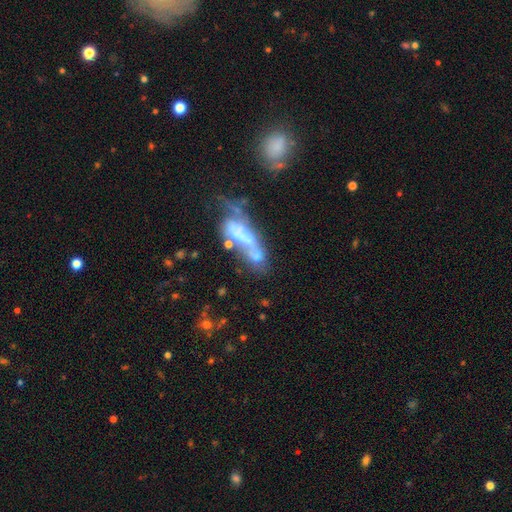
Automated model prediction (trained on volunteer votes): smooth_or_featured: featured or disk (p=0.49) [alt: smooth p=0.38]
merging: merger (p=0.40) [alt: major disturbance p=0.26]